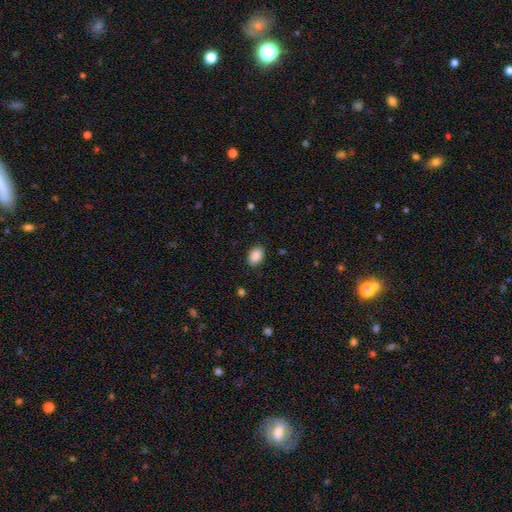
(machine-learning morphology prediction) Overall: smooth (89%). How rounded: in between (81%). Merging: none (88%).